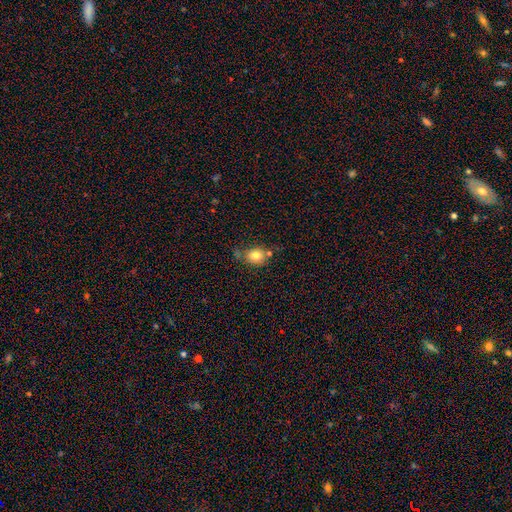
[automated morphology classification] Overall: smooth (80%). How rounded: round (66%; in between 33%). Merging: none (62%).